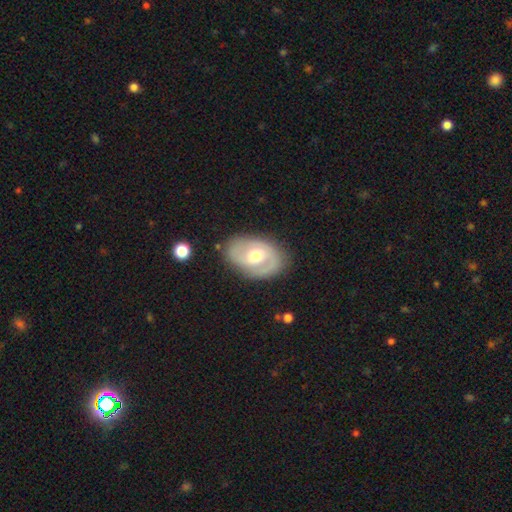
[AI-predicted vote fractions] Smooth or featured?
  - featured or disk: 68% *
  - smooth: 26%
  - star or artifact: 5%
Edge-on disk?
  - no: 95% *
  - yes: 5%
Bar?
  - weak: 45% *
  - no: 42%
  - strong: 13%
Spiral arms?
  - yes: 73% *
  - no: 27%
Bulge size?
  - moderate: 73% *
  - small: 15%
  - large: 10%
  - dominant: 1%
  - none: 1%
Merging?
  - none: 79% *
  - minor disturbance: 14%
  - major disturbance: 5%
  - merger: 2%